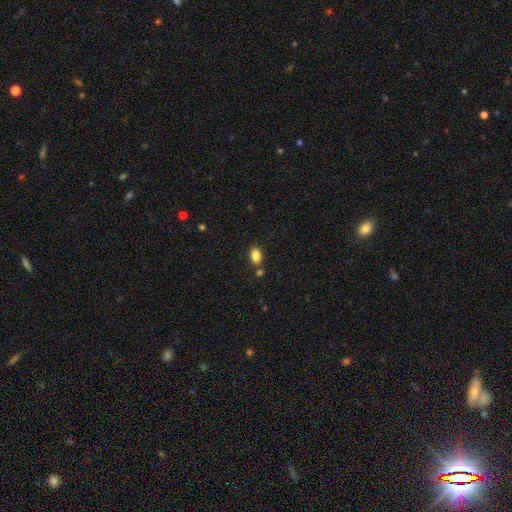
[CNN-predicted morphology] Q: Smooth or featured?
A: smooth (85%); runner-up: star or artifact (10%)
Q: How rounded?
A: in between (85%); runner-up: round (14%)
Q: Merging?
A: none (76%); runner-up: minor disturbance (11%)